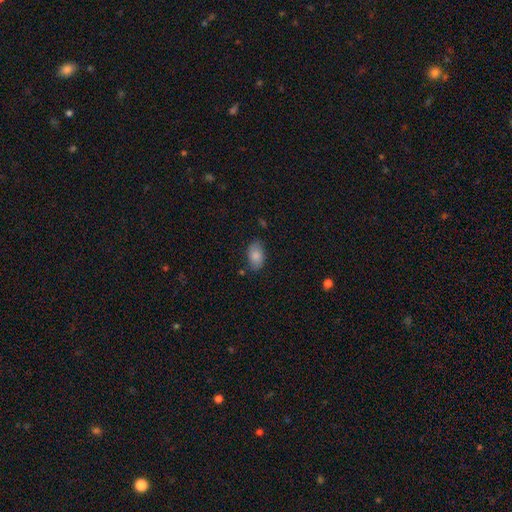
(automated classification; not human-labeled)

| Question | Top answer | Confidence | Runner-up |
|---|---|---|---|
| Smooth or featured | smooth | 82% | featured or disk (11%) |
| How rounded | in between | 92% | round (7%) |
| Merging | none | 75% | minor disturbance (19%) |